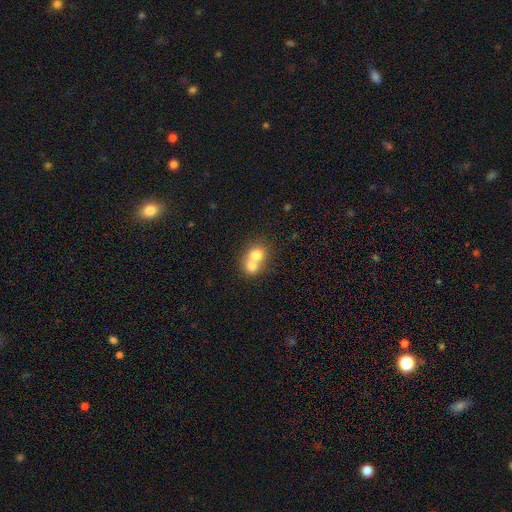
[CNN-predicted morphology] This is likely a smooth galaxy (71%). How rounded: likely round (71%). Merging: likely merger (70%).